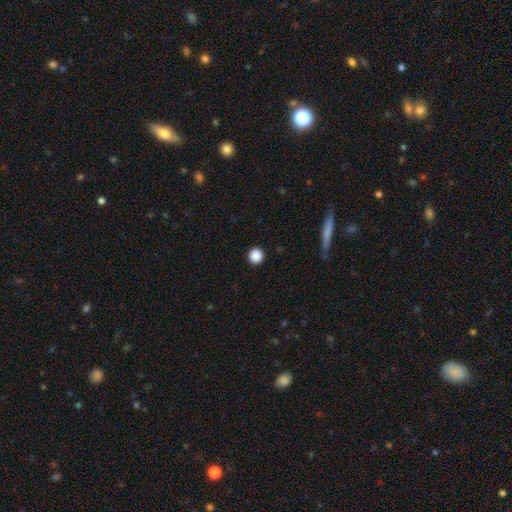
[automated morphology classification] smooth-or-featured: smooth: 88% | star or artifact: 9% | featured or disk: 3%
  how-rounded: round: 94% | in between: 5% | cigar-shaped: 1%
  merging: none: 93% | minor disturbance: 4% | major disturbance: 2% | merger: 1%